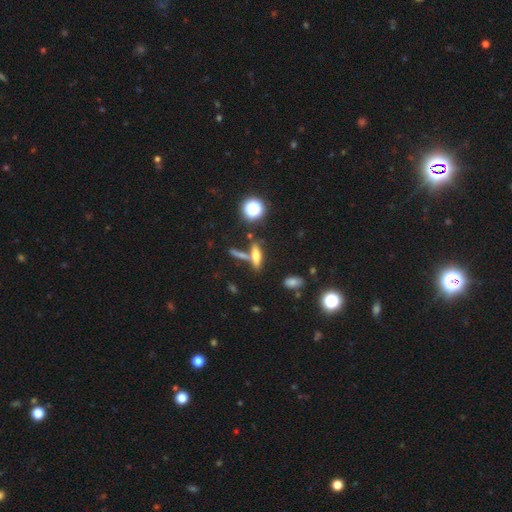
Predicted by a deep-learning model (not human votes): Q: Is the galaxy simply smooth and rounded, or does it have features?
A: smooth — 55%.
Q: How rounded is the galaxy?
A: cigar-shaped — 62%.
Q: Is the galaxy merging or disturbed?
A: none — 61%.